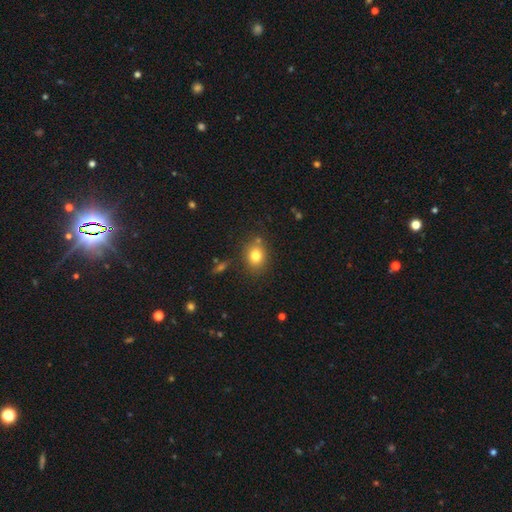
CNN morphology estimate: Smooth or featured?
  - smooth: 79% *
  - star or artifact: 12%
  - featured or disk: 9%
How rounded?
  - round: 59% *
  - in between: 40%
  - cigar-shaped: 1%
Merging?
  - none: 80% *
  - minor disturbance: 11%
  - merger: 5%
  - major disturbance: 3%